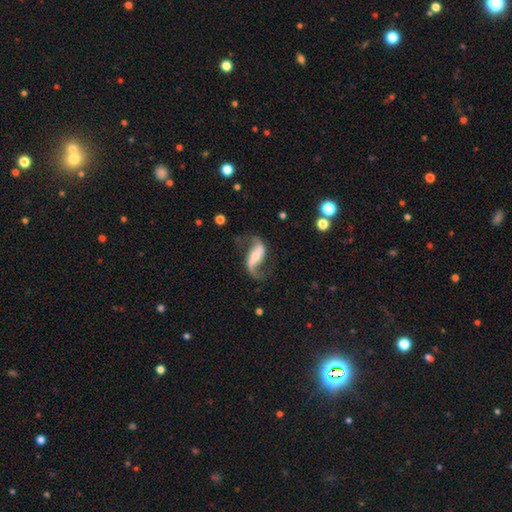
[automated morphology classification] The model was most divided on "bulge size": small: 44%, moderate: 39%, large: 8%, none: 7%, dominant: 2%. Remaining: spiral arms — yes (95%); edge-on disk — no (95%); spiral arm count — 2 (90%); smooth or featured — featured or disk (85%); spiral winding — loose (80%); merging — none (68%); bar — strong (46%).